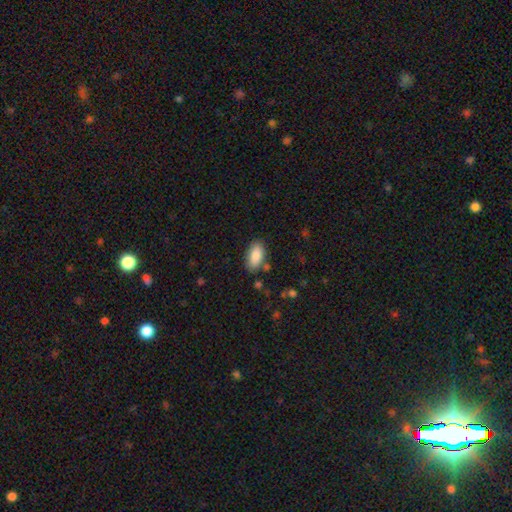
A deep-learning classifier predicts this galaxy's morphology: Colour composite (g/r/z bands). It shows a smooth galaxy with no disk features (87%) that is in between round and cigar-shaped (92%). Merging: none (81%).